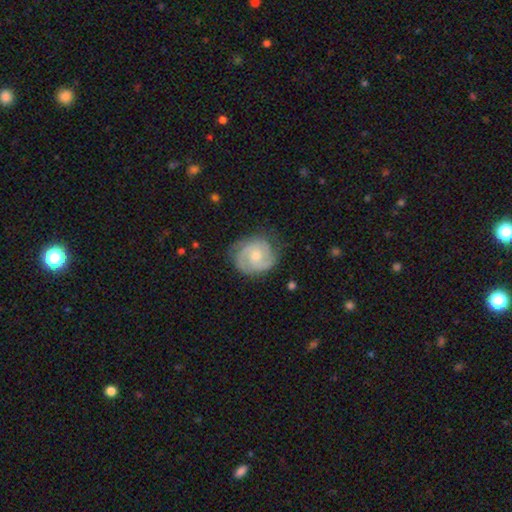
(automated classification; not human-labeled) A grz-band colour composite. It shows a featured or disk galaxy (80%) with no bar (67%), 2 (51%) tight (54%) spiral arms (95%) and a moderate central bulge (51%). Merging: none (73%).